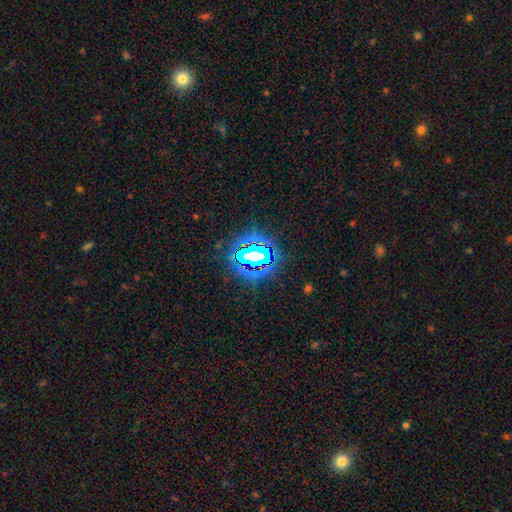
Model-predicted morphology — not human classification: smooth_or_featured: star or artifact (p=0.69) [alt: smooth p=0.17]